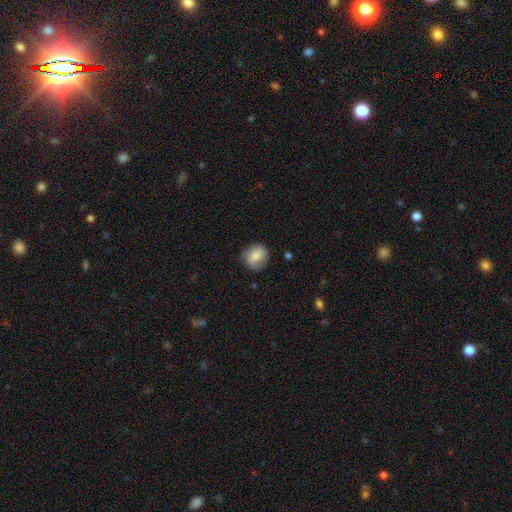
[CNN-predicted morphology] smooth-or-featured: smooth: 75% | featured or disk: 18% | star or artifact: 8%
  how-rounded: round: 68% | in between: 30% | cigar-shaped: 1%
  merging: none: 74% | minor disturbance: 20% | major disturbance: 5% | merger: 1%